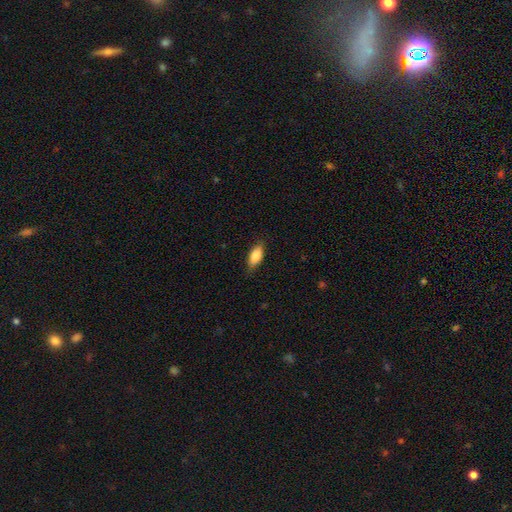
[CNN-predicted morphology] smooth-or-featured: smooth: 83% | featured or disk: 11% | star or artifact: 6%
  how-rounded: in between: 81% | cigar-shaped: 16% | round: 3%
  merging: none: 81% | minor disturbance: 15% | major disturbance: 3% | merger: 1%